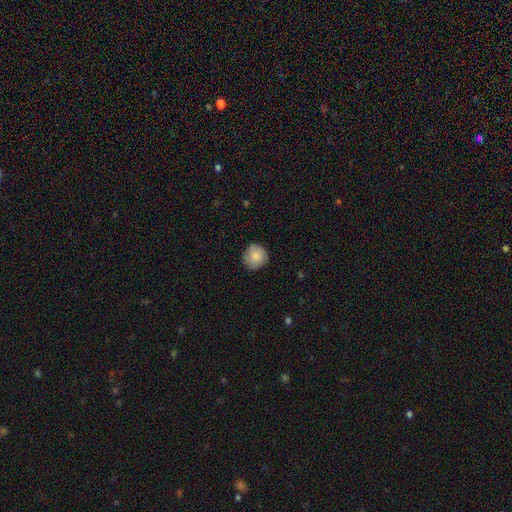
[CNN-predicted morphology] smooth-or-featured: smooth: 82% | featured or disk: 11% | star or artifact: 7%
  how-rounded: round: 91% | in between: 8% | cigar-shaped: 1%
  merging: none: 81% | minor disturbance: 15% | major disturbance: 3% | merger: 1%